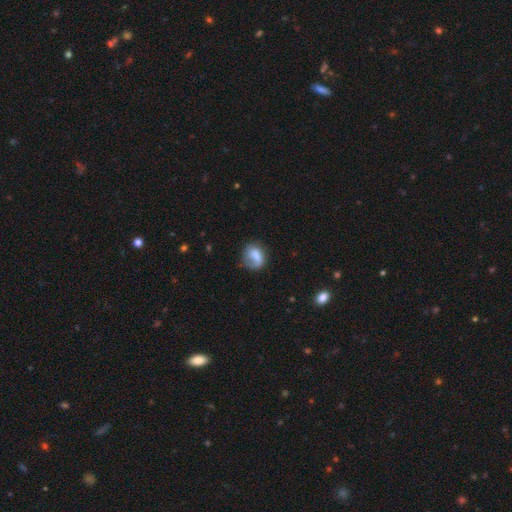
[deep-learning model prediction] Q: Smooth or featured?
A: smooth (58%); runner-up: featured or disk (34%)
Q: How rounded?
A: in between (50%); runner-up: round (48%)
Q: Merging?
A: none (44%); runner-up: major disturbance (27%)